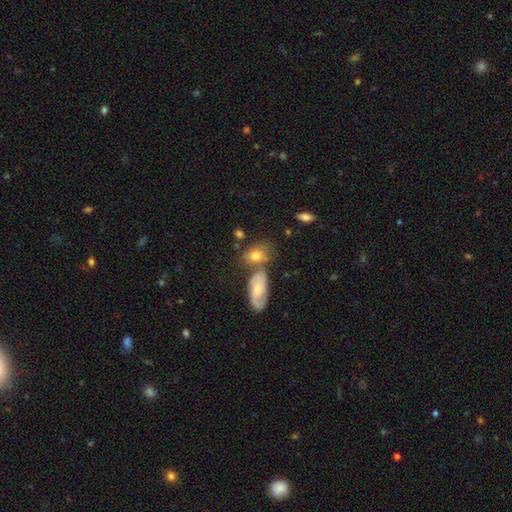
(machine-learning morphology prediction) Smooth or featured?
  - smooth: 68% *
  - featured or disk: 23%
  - star or artifact: 9%
How rounded?
  - in between: 66% *
  - round: 30%
  - cigar-shaped: 4%
Merging?
  - none: 47% *
  - merger: 31%
  - minor disturbance: 16%
  - major disturbance: 6%